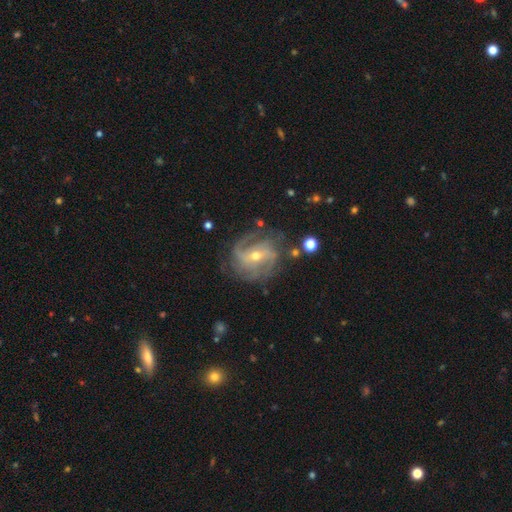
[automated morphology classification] Smooth or featured? Predicted: featured or disk (p=0.87). Edge-on disk? Predicted: no (p=0.97). Bar? Predicted: weak (p=0.44). Spiral arms? Predicted: yes (p=0.96). Spiral winding? Predicted: medium (p=0.44). Spiral arm count? Predicted: 2 (p=0.41). Bulge size? Predicted: moderate (p=0.50). Merging? Predicted: none (p=0.71).